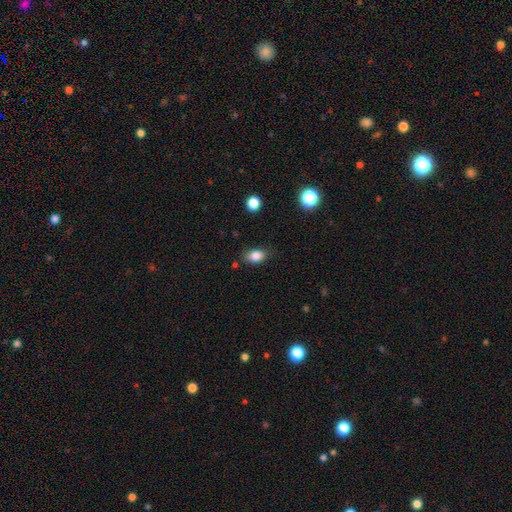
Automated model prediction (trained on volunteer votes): Smooth or featured? smooth (85%)
How rounded? in between (82%)
Merging? none (77%)